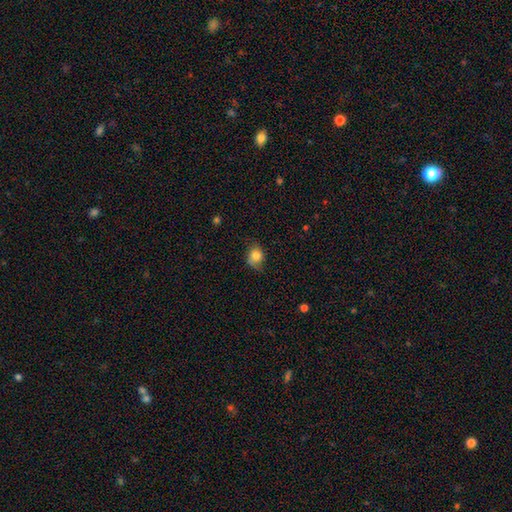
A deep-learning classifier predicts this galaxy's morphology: smooth-or-featured: smooth: 80% | featured or disk: 11% | star or artifact: 9%
  how-rounded: round: 56% | in between: 43% | cigar-shaped: 1%
  merging: none: 60% | minor disturbance: 30% | major disturbance: 8% | merger: 1%